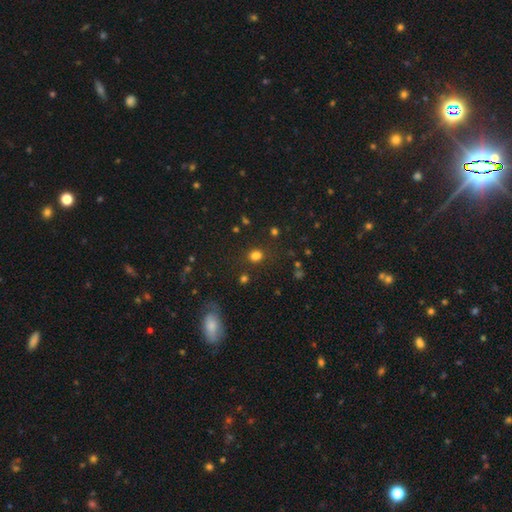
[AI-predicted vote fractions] This is likely a smooth galaxy (78%). How rounded: likely round (70%). Merging: clearly none (81%).